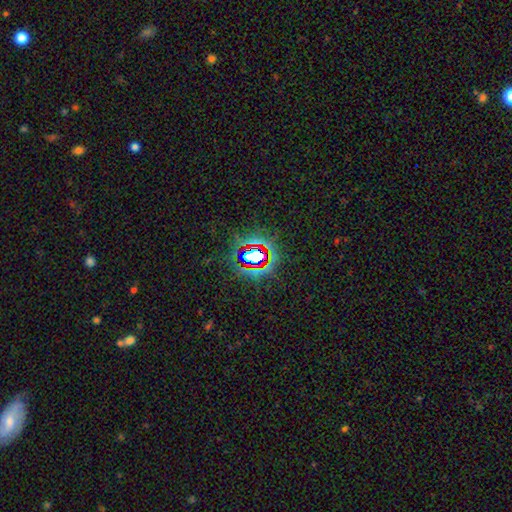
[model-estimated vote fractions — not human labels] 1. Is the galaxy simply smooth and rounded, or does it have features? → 77% star or artifact, 14% smooth, 10% featured or disk.